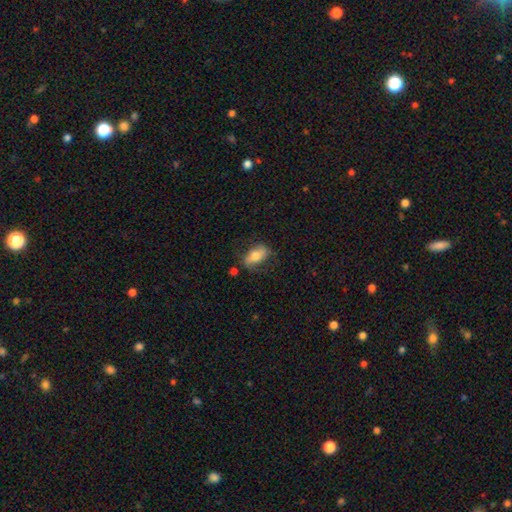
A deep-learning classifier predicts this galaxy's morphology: This is likely a smooth galaxy (62%). How rounded: clearly in between (88%). Merging: likely none (63%).